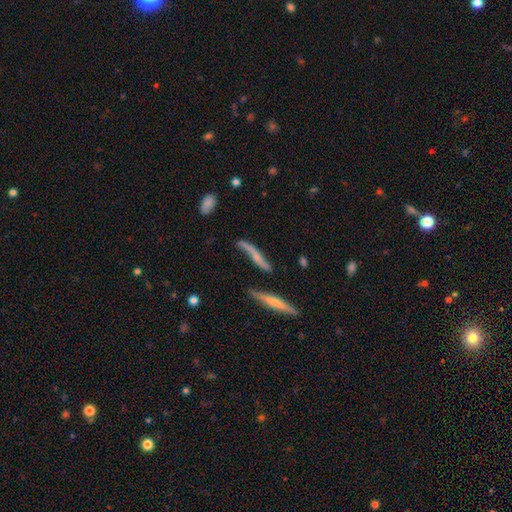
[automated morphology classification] Smooth or featured: featured or disk — 61% (smooth — 30%)
Edge-on disk: yes — 53% (no — 47%)
Merging: none — 55% (minor disturbance — 24%)